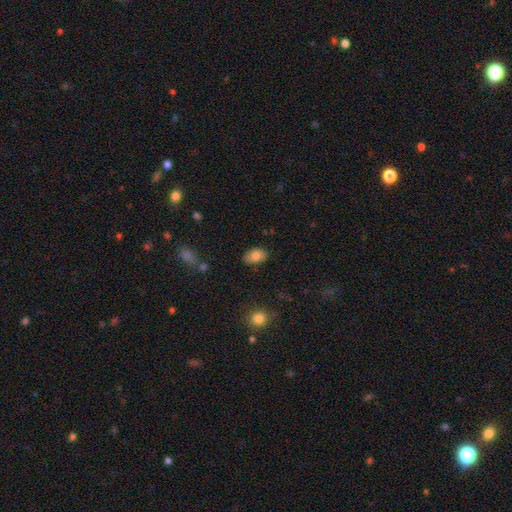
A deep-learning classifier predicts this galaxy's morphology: This appears to be a smooth galaxy with no disk features (81%) that is in between round and cigar-shaped (88%). Merging: none (83%).